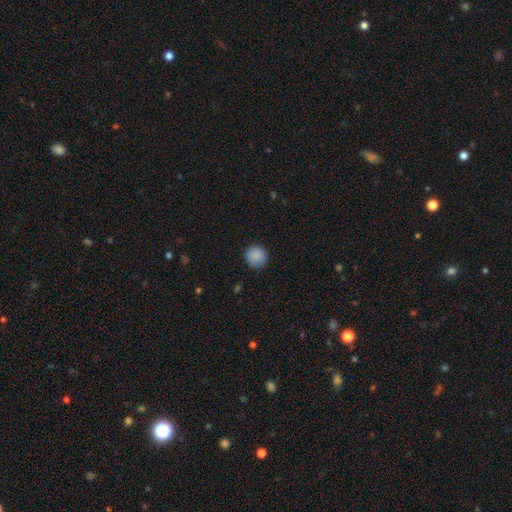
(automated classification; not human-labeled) The model was most divided on "smooth or featured": smooth: 89%, star or artifact: 8%, featured or disk: 3%. More confident: how rounded — round (95%); merging — none (90%).